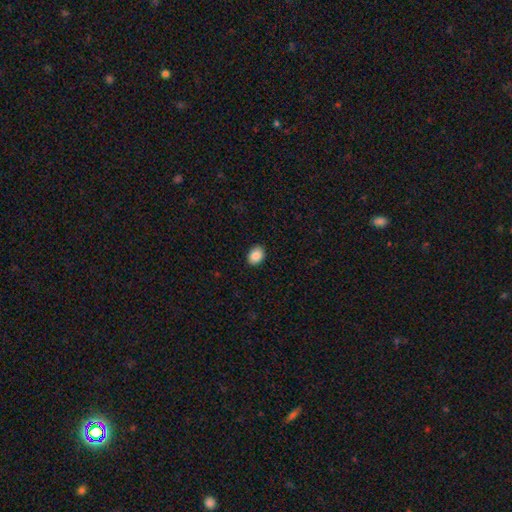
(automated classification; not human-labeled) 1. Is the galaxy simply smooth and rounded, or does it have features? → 89% smooth, 8% star or artifact, 4% featured or disk.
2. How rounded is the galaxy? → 70% in between, 29% round, 1% cigar-shaped.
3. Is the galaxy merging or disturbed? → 90% none, 7% minor disturbance, 2% major disturbance, 1% merger.